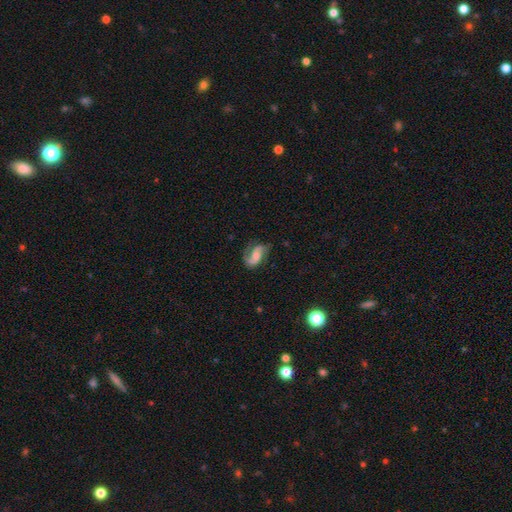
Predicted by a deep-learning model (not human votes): Morphology: type=featured or disk (75%); edge-on=no (97%); bar=no (47%); spiral arms=yes (94%); winding=loose (46%); arm count=2 (84%); bulge=moderate (42%); merging=none (63%).